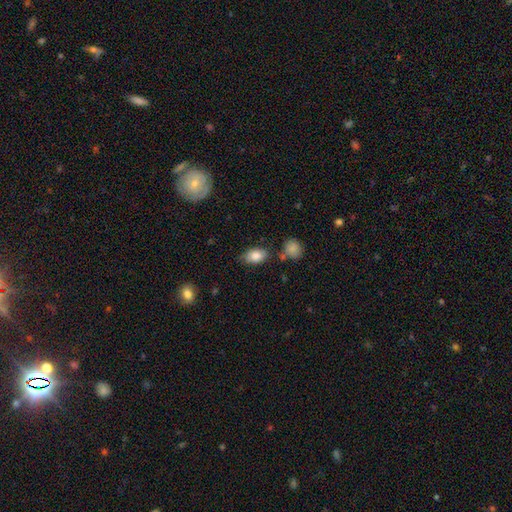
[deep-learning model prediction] smooth 83%, featured or disk 9%, star or artifact 7%. Down the decision tree: how rounded — in between (89%); merging — none (71%).